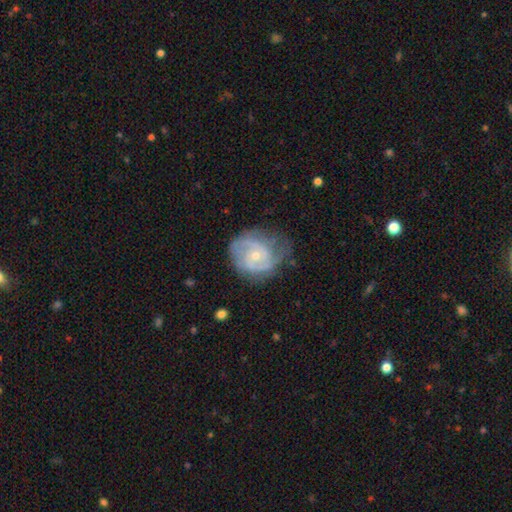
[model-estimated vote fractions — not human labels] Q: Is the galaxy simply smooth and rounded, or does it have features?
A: featured or disk — 83%.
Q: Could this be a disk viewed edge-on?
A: no — 98%.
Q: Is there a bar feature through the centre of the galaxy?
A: no — 67%.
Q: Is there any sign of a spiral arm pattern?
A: yes — 94%.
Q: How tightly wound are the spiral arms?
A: tight — 48%.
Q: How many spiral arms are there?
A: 2 — 61%.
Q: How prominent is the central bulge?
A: small — 61%.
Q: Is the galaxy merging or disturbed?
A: none — 62%.